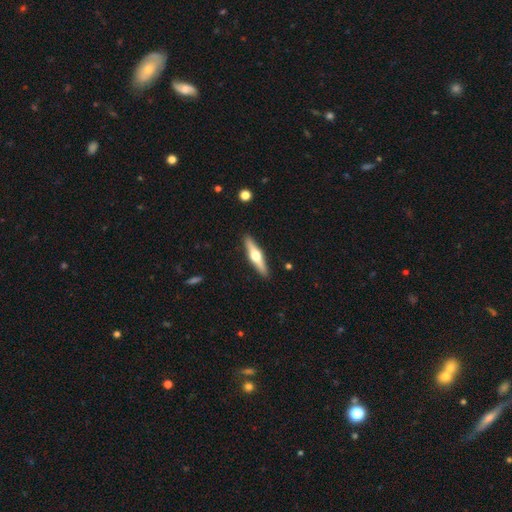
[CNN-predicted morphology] A featured or disk galaxy (63%) viewed edge-on (96%) with a rounded central bulge (95%). Merging: none (91%).